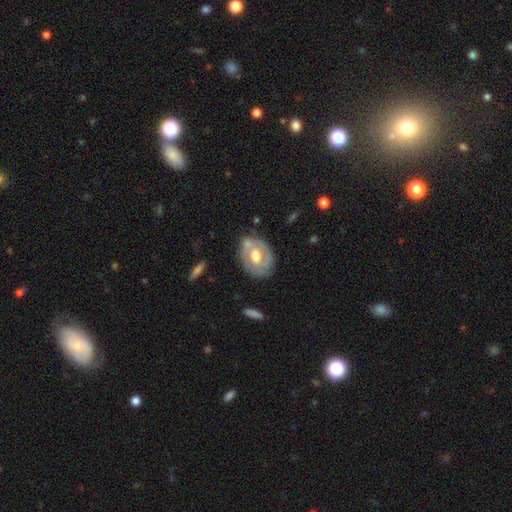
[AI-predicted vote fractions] The model was most divided on "spiral arms": no: 54%, yes: 46%. More confident: edge-on disk — no (94%); bulge size — moderate (68%); merging — none (65%); smooth or featured — featured or disk (64%); bar — no (59%).